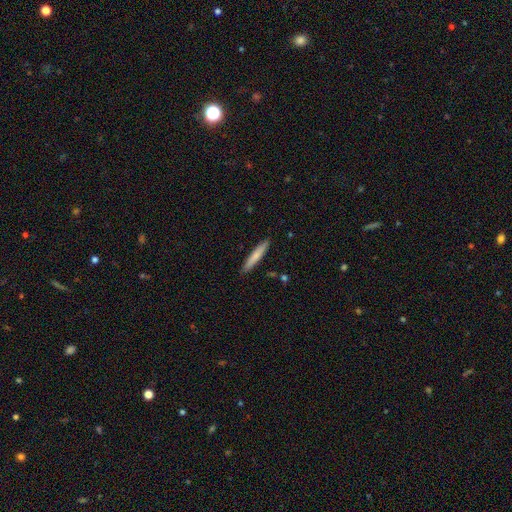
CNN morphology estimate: Q: Smooth or featured?
A: smooth (73%); runner-up: featured or disk (21%)
Q: How rounded?
A: cigar-shaped (92%); runner-up: in between (7%)
Q: Merging?
A: none (90%); runner-up: minor disturbance (8%)